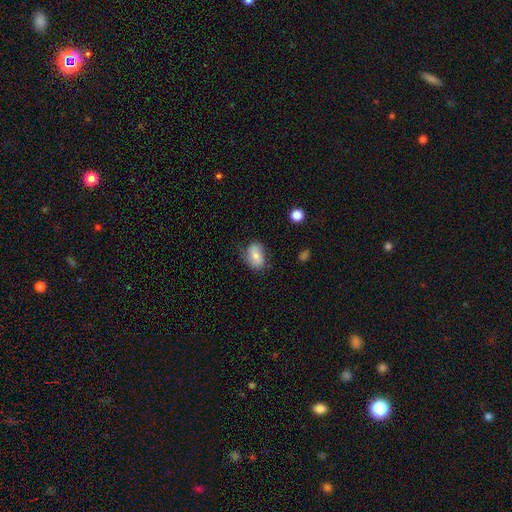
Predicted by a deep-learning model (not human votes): smooth-or-featured: smooth: 69% | featured or disk: 23% | star or artifact: 8%
  how-rounded: in between: 81% | round: 18% | cigar-shaped: 1%
  merging: none: 61% | minor disturbance: 28% | major disturbance: 9% | merger: 2%